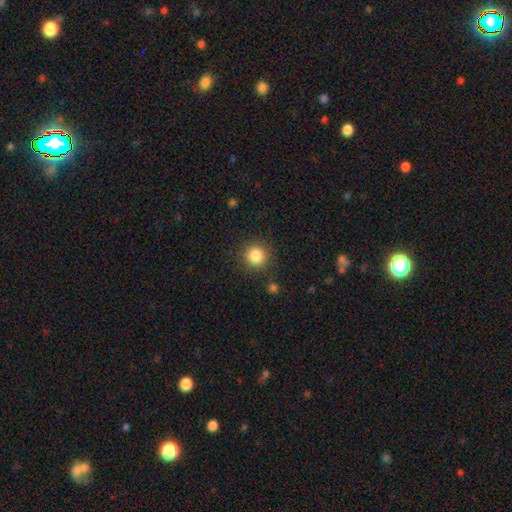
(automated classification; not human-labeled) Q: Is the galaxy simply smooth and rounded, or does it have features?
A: smooth — 85%.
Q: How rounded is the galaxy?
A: round — 94%.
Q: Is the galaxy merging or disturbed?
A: none — 87%.